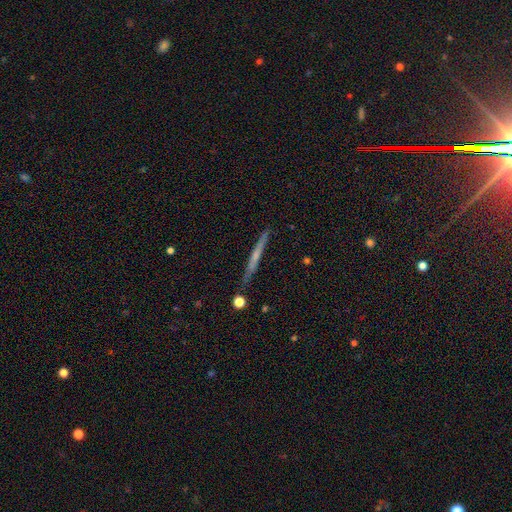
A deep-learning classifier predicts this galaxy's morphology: smooth-or-featured: featured or disk: 57% | smooth: 36% | star or artifact: 7%
  disk-edge-on: yes: 97% | no: 3%
    edge-on-bulge: none: 65% | rounded: 29% | boxy: 6%
  merging: none: 87% | minor disturbance: 9% | merger: 2% | major disturbance: 2%